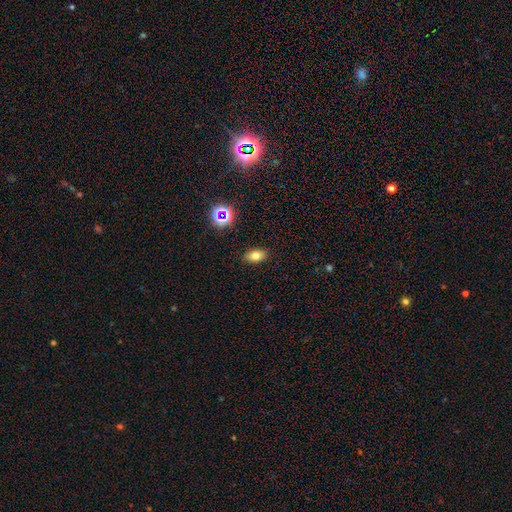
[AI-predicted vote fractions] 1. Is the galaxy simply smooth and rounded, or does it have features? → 76% smooth, 14% star or artifact, 10% featured or disk.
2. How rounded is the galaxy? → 88% in between, 10% round, 3% cigar-shaped.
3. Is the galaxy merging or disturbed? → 88% none, 8% minor disturbance, 2% major disturbance, 1% merger.